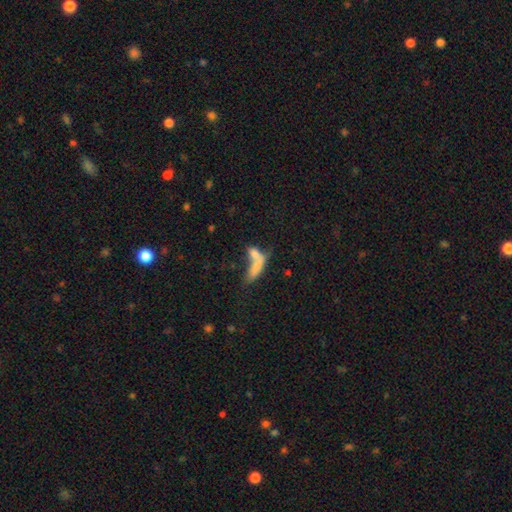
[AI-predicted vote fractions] A smooth galaxy with no disk features (66%) that is in between round and cigar-shaped (57%).

Vote fractions:
- Smooth or featured? smooth: 66% / featured or disk: 24% / star or artifact: 10%
- How rounded? in between: 57% / cigar-shaped: 35% / round: 7%
- Merging? merger: 62% / none: 20% / major disturbance: 9% / minor disturbance: 9%